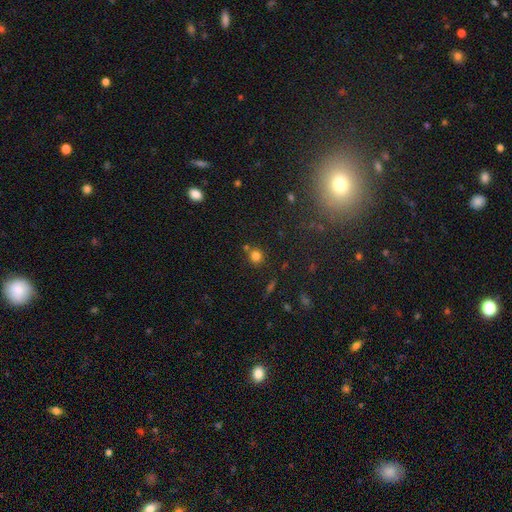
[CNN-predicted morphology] type=smooth (78%); roundness=round (88%); merging=none (73%).